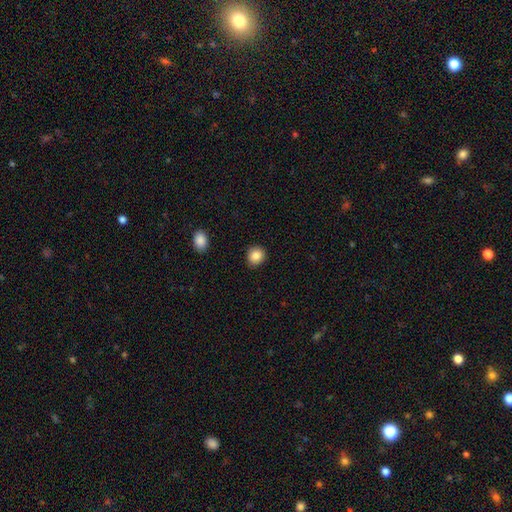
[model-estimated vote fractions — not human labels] Overall: smooth (86%). How rounded: round (78%). Merging: none (89%).